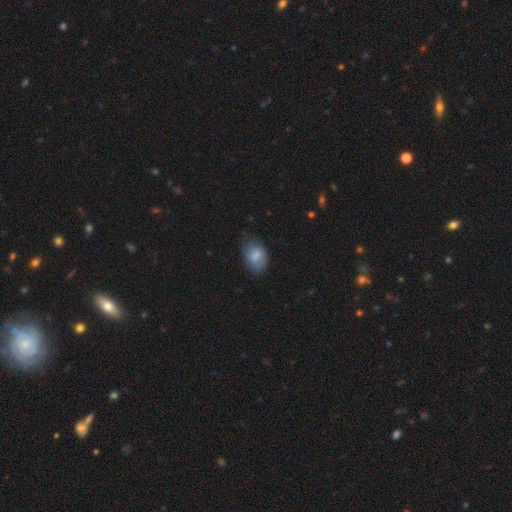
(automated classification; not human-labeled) This is likely a smooth galaxy (77%). How rounded: clearly in between (81%). Merging: likely none (60%).